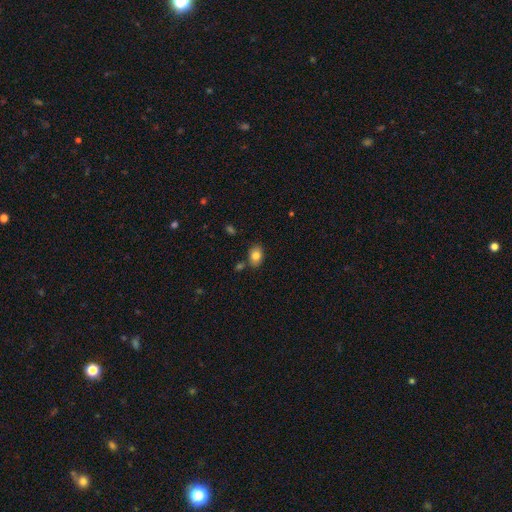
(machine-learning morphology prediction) Smooth or featured? smooth (82%)
How rounded? in between (79%)
Merging? none (79%)